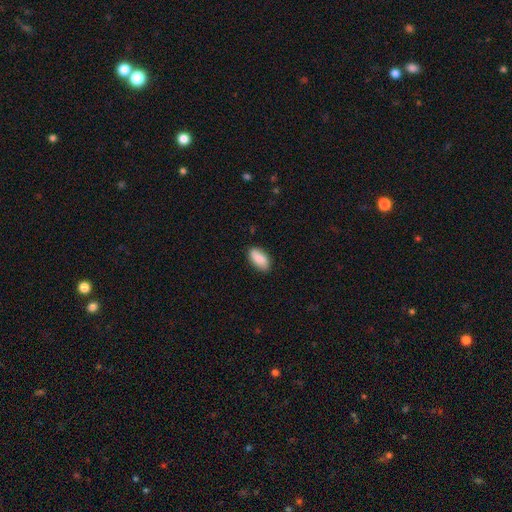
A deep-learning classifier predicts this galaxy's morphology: Smooth or featured? smooth (86%)
How rounded? in between (91%)
Merging? none (82%)